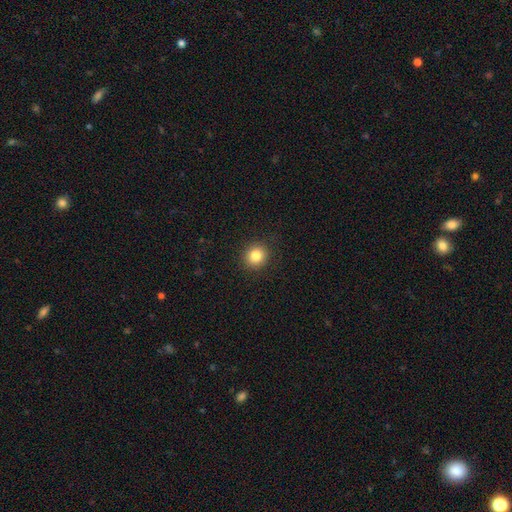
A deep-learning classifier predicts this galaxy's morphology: Smooth or featured: smooth — 83% (star or artifact — 11%)
How rounded: round — 87% (in between — 12%)
Merging: none — 91% (minor disturbance — 6%)